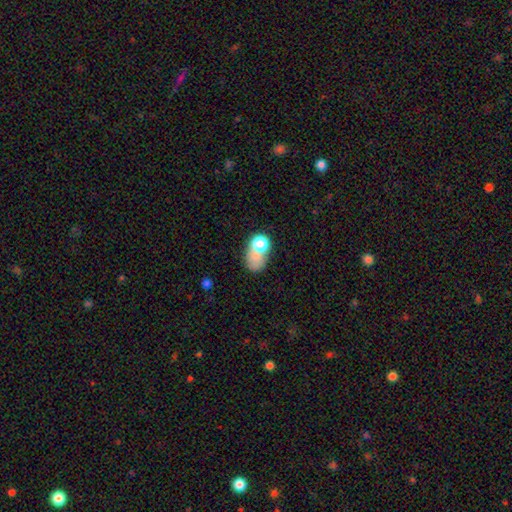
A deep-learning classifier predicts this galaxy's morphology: This is likely a smooth galaxy (68%). How rounded: likely in between (68%). Merging: marginally merger (43%).